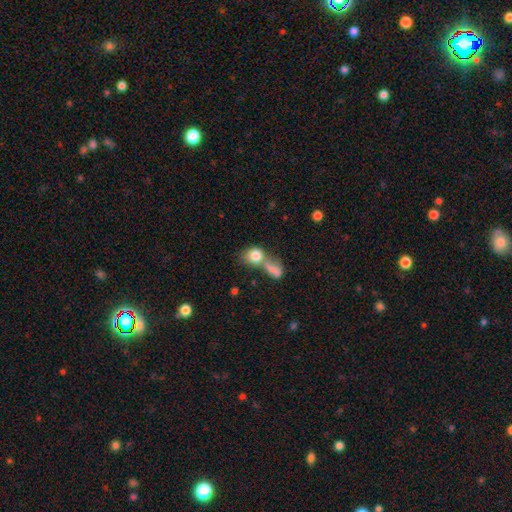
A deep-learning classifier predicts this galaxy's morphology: This is clearly a smooth galaxy (80%). How rounded: possibly round (55%). Merging: likely merger (61%).